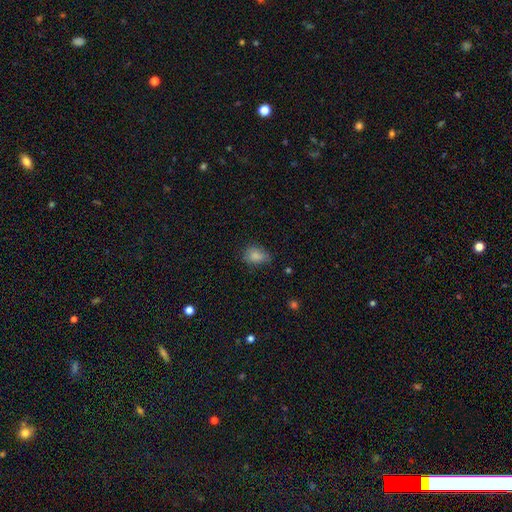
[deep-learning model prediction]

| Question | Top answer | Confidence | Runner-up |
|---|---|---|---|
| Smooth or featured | smooth | 83% | star or artifact (10%) |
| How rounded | in between | 69% | round (30%) |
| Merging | none | 59% | minor disturbance (32%) |